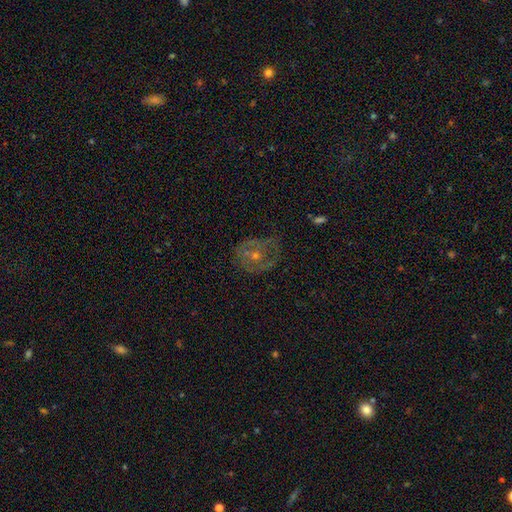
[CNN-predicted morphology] A featured or disk galaxy (65%) with no bar (71%), spiral arms (53%) and a small central bulge (56%).

Vote fractions:
- Smooth or featured? featured or disk: 65% / smooth: 23% / star or artifact: 11%
- Edge-on disk? no: 97% / yes: 3%
- Bar? no: 71% / weak: 23% / strong: 7%
- Spiral arms? yes: 53% / no: 47%
- Bulge size? small: 56% / moderate: 39% / none: 2% / large: 2% / dominant: 1%
- Merging? none: 60% / minor disturbance: 22% / major disturbance: 17% / merger: 2%